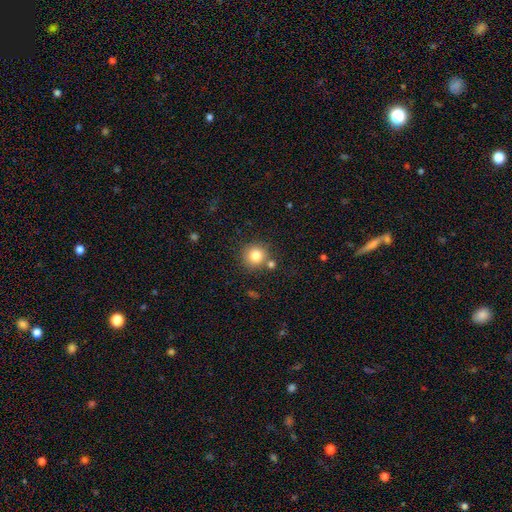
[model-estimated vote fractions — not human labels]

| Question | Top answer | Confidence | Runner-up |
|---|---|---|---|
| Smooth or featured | smooth | 80% | star or artifact (11%) |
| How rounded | round | 92% | in between (7%) |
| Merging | none | 78% | merger (10%) |